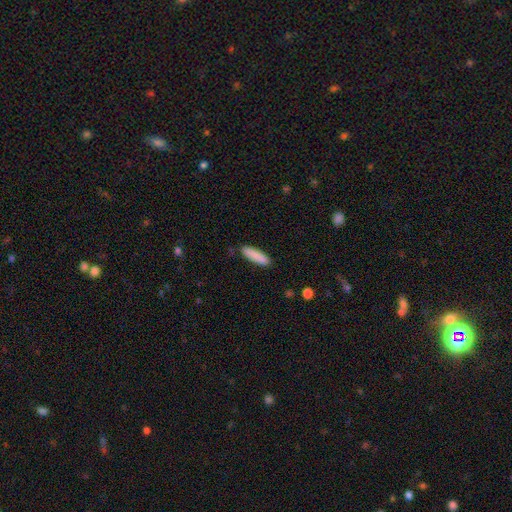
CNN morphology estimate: Smooth or featured? smooth (88%)
How rounded? cigar-shaped (65%)
Merging? none (87%)